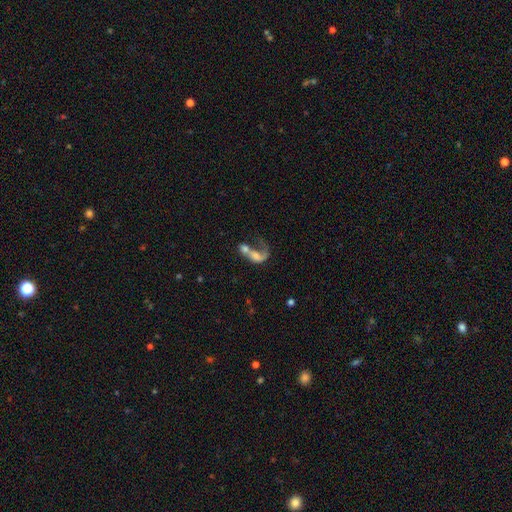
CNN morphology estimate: Smooth or featured?
  - featured or disk: 49% *
  - smooth: 40%
  - star or artifact: 11%
Merging?
  - merger: 57% *
  - major disturbance: 24%
  - none: 13%
  - minor disturbance: 6%